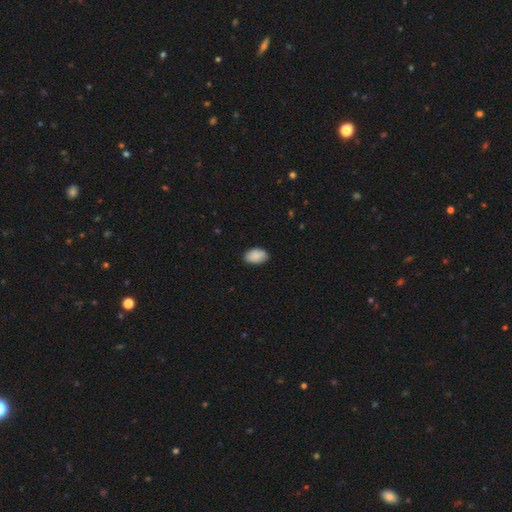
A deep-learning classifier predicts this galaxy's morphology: smooth 88%, star or artifact 7%, featured or disk 5%. Down the decision tree: how rounded — in between (91%); merging — none (82%).